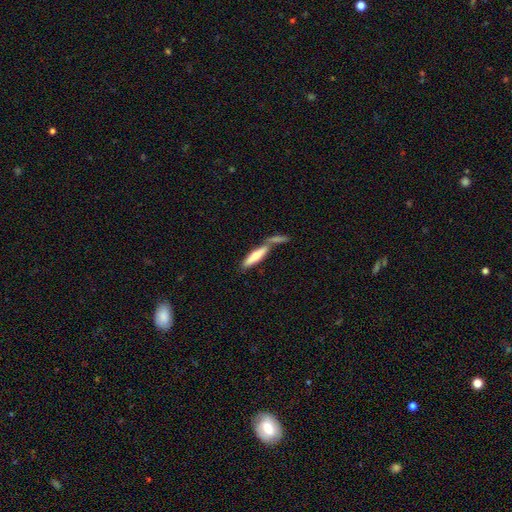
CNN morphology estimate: Smooth or featured? smooth (61%)
How rounded? cigar-shaped (72%)
Merging? none (44%)